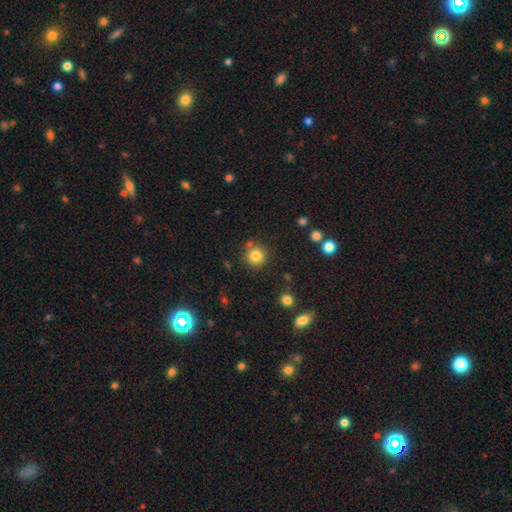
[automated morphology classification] A smooth galaxy with no disk features (83%) that is round (93%). Merging: none (82%).